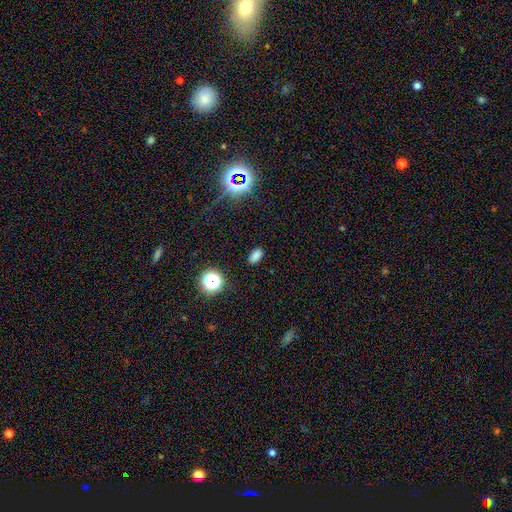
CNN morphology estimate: Smooth or featured?
  - smooth: 76% *
  - star or artifact: 19%
  - featured or disk: 5%
How rounded?
  - in between: 88% *
  - round: 9%
  - cigar-shaped: 3%
Merging?
  - none: 88% *
  - minor disturbance: 8%
  - major disturbance: 3%
  - merger: 1%